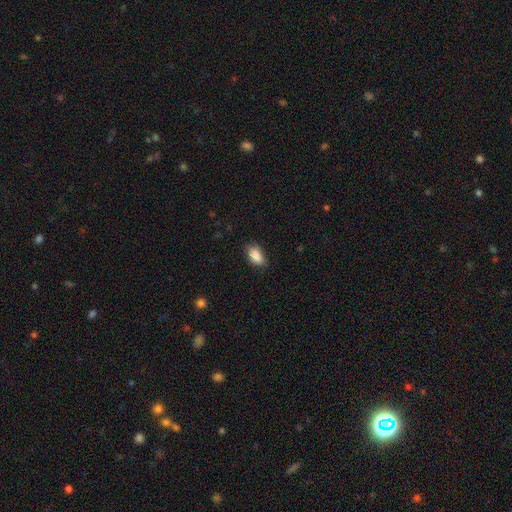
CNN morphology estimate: smooth_or_featured: smooth (p=0.89) [alt: star or artifact p=0.07]
how_rounded: in between (p=0.92) [alt: round p=0.06]
merging: none (p=0.75) [alt: minor disturbance p=0.20]